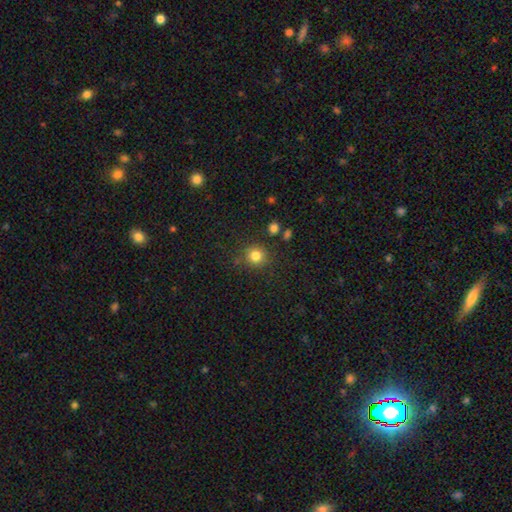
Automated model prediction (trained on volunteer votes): This is clearly a smooth galaxy (82%). How rounded: clearly round (90%). Merging: clearly none (85%).